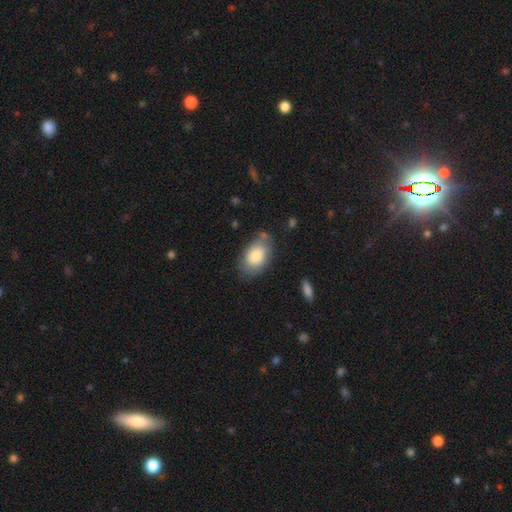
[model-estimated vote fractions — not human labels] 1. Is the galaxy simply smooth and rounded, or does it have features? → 78% smooth, 15% featured or disk, 7% star or artifact.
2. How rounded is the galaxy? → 89% in between, 10% round, 1% cigar-shaped.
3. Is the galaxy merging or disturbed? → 70% none, 20% minor disturbance, 6% major disturbance, 4% merger.